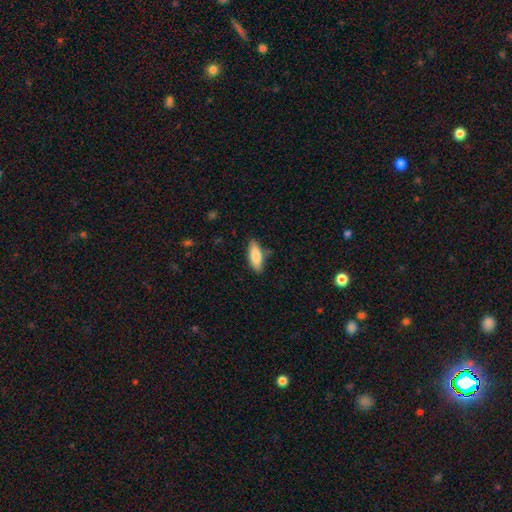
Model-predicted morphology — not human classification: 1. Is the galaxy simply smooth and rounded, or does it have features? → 82% smooth, 12% featured or disk, 6% star or artifact.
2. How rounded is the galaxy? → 70% in between, 28% cigar-shaped, 2% round.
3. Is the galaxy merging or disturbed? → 80% none, 15% minor disturbance, 3% major disturbance, 2% merger.